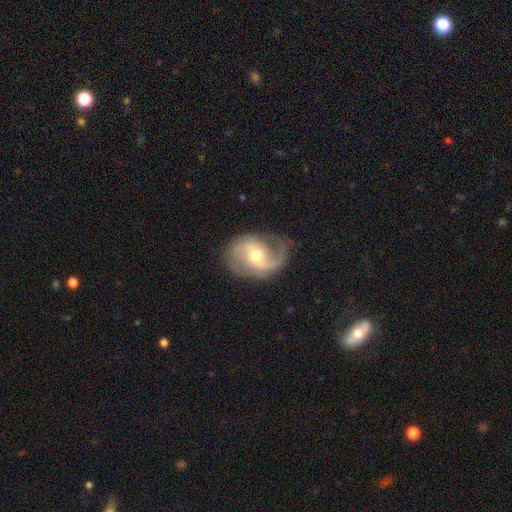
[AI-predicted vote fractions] Smooth or featured? featured or disk (89%)
Edge-on disk? no (98%)
Bar? weak (45%)
Spiral arms? yes (97%)
Spiral winding? medium (50%)
Spiral arm count? 2 (81%)
Bulge size? moderate (63%)
Merging? none (74%)